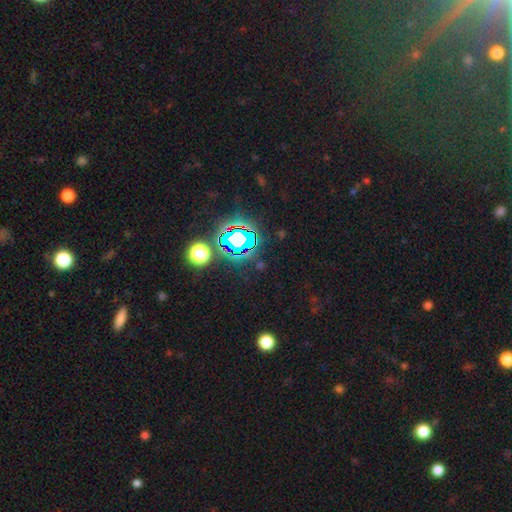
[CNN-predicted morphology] smooth-or-featured: star or artifact: 81% | smooth: 12% | featured or disk: 7%